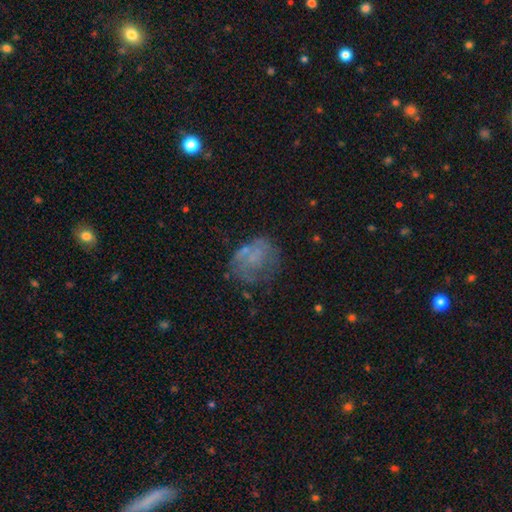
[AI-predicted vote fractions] Smooth or featured: featured or disk — 42% (tied with smooth — 42%)
Merging: none — 46% (major disturbance — 25%)